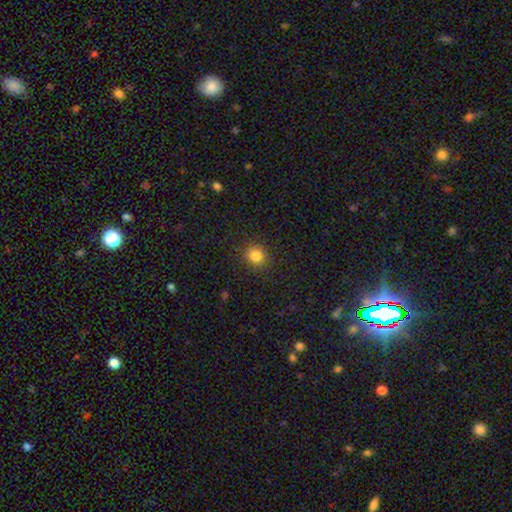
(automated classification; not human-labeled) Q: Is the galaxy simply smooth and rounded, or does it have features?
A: smooth — 84%.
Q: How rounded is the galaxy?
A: round — 82%.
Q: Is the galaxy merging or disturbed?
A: none — 89%.